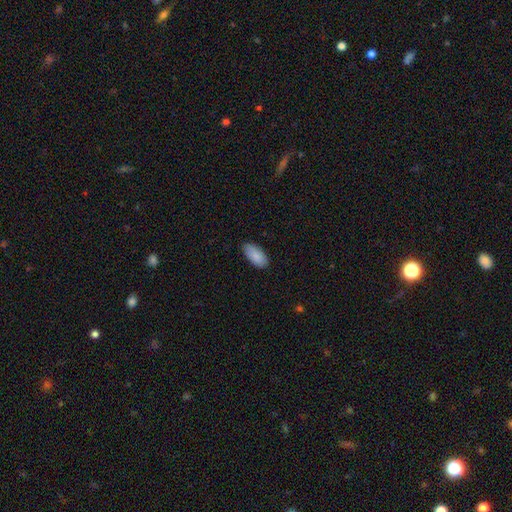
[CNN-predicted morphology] Smooth or featured?
  - smooth: 89% *
  - star or artifact: 6%
  - featured or disk: 5%
How rounded?
  - in between: 92% *
  - cigar-shaped: 6%
  - round: 2%
Merging?
  - none: 81% *
  - minor disturbance: 15%
  - major disturbance: 2%
  - merger: 1%